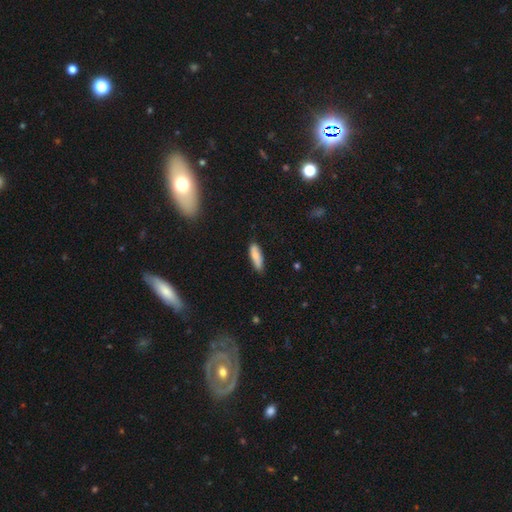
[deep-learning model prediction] This is likely a smooth galaxy (77%). How rounded: possibly cigar-shaped (52%). Merging: likely none (80%).